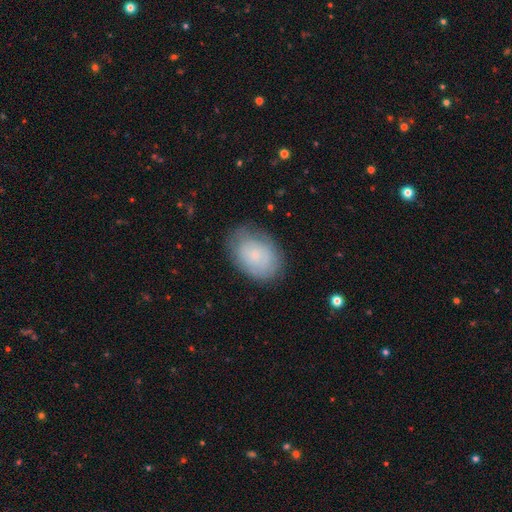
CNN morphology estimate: smooth 63%, featured or disk 29%, star or artifact 8%. Down the decision tree: how rounded — in between (80%); merging — none (74%).